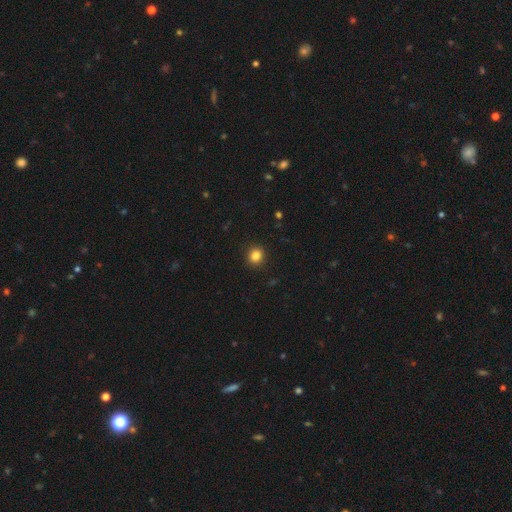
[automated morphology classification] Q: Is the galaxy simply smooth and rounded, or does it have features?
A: smooth — 84%.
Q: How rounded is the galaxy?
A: round — 87%.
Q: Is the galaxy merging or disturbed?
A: none — 92%.